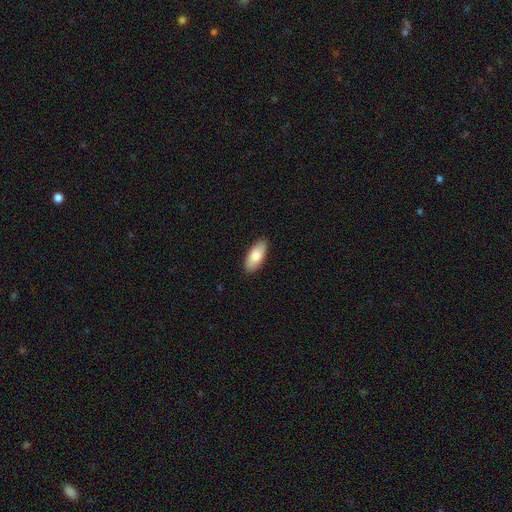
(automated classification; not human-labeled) smooth 84%, featured or disk 10%, star or artifact 6%. Down the decision tree: how rounded — in between (87%); merging — none (89%).